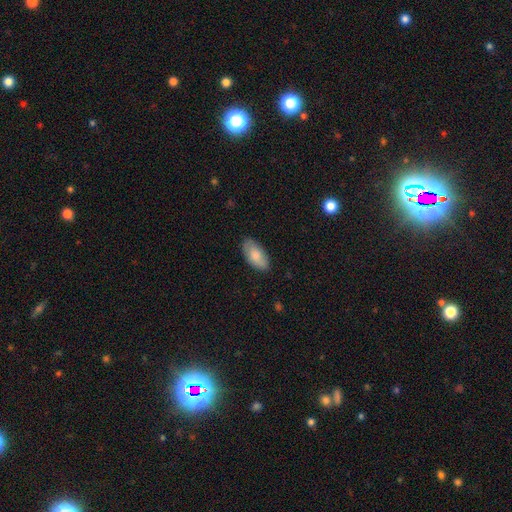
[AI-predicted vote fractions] smooth 80%, featured or disk 14%, star or artifact 6%. Down the decision tree: how rounded — in between (94%); merging — none (82%).